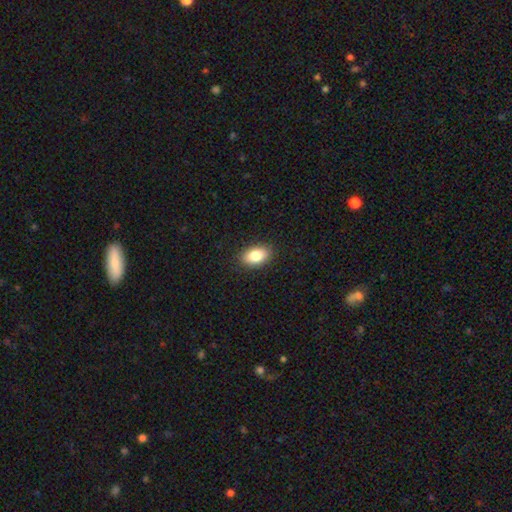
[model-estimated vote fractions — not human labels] smooth 84%, featured or disk 8%, star or artifact 8%. Down the decision tree: how rounded — in between (89%); merging — none (88%).